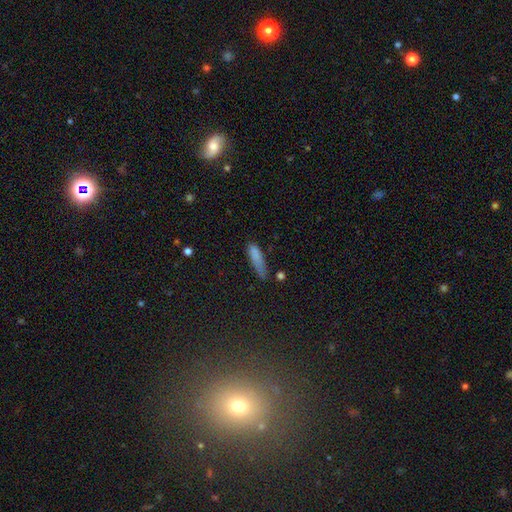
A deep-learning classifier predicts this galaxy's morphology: Overall: smooth (80%). How rounded: cigar-shaped (67%; in between 31%). Merging: none (44%; minor disturbance 35%).